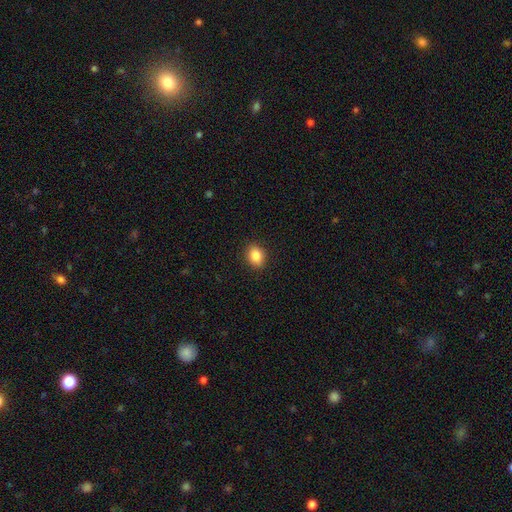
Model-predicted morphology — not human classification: Smooth or featured? Predicted: smooth (p=0.86). How rounded? Predicted: in between (p=0.55). Merging? Predicted: none (p=0.90).